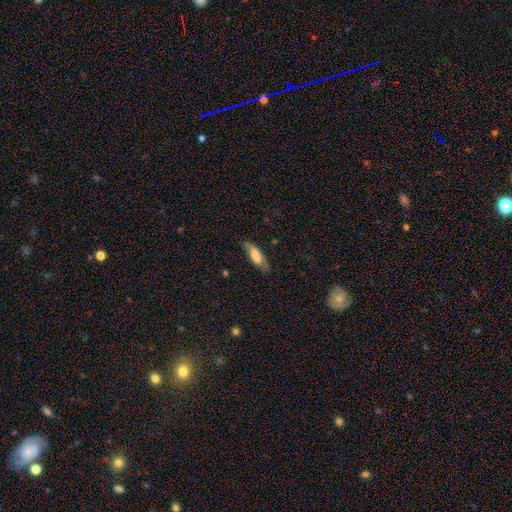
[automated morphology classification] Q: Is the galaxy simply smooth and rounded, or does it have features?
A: smooth — 64%.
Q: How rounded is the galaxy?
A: in between — 51%.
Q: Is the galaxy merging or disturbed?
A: none — 70%.